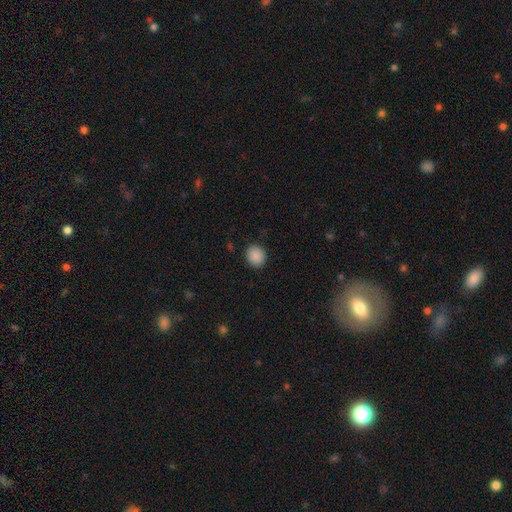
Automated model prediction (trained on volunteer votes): Overall: smooth (89%). How rounded: round (79%). Merging: none (89%).